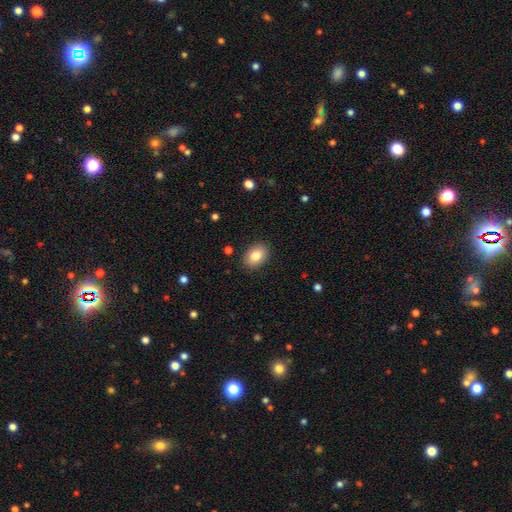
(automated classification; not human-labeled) smooth 84%, featured or disk 8%, star or artifact 8%. Down the decision tree: how rounded — in between (75%); merging — none (88%).